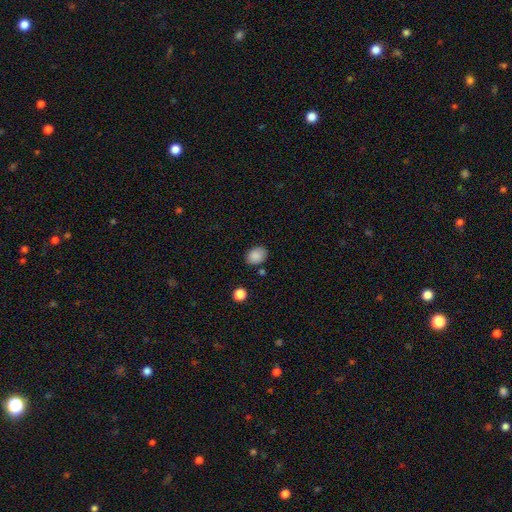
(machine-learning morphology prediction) Smooth or featured? Predicted: smooth (p=0.87). How rounded? Predicted: in between (p=0.66). Merging? Predicted: none (p=0.80).